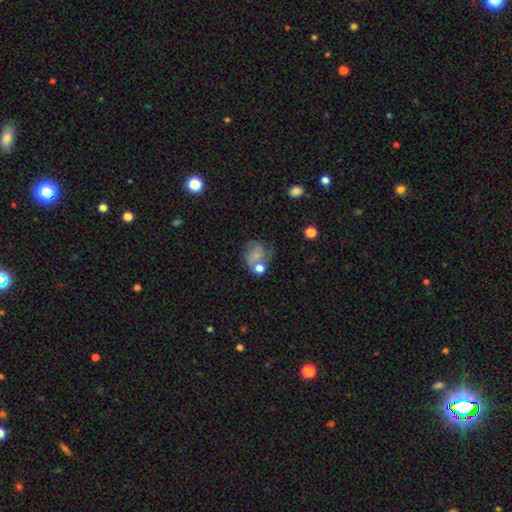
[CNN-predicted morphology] The model was most divided on "smooth or featured": featured or disk: 45%, smooth: 44%, star or artifact: 11%. Remaining: merging — none (35%).